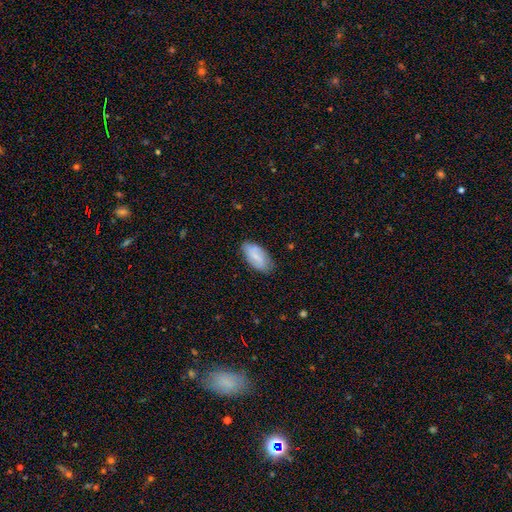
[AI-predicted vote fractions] A smooth galaxy with no disk features (64%) that is in between round and cigar-shaped (93%).

Vote fractions:
- Smooth or featured? smooth: 64% / featured or disk: 29% / star or artifact: 7%
- How rounded? in between: 93% / cigar-shaped: 4% / round: 3%
- Merging? none: 76% / minor disturbance: 19% / major disturbance: 4% / merger: 1%